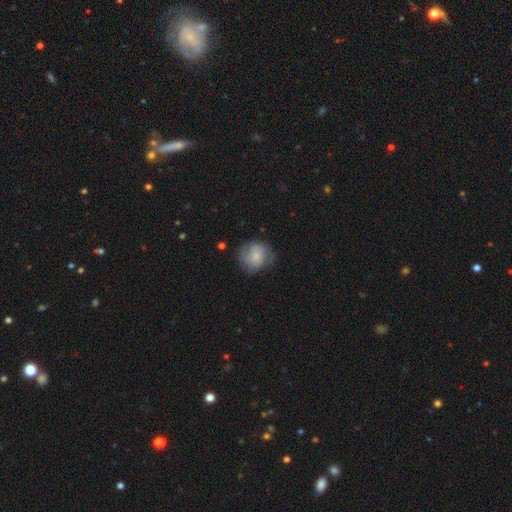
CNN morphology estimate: A smooth galaxy with no disk features (66%) that is round (86%). Merging: none (65%).